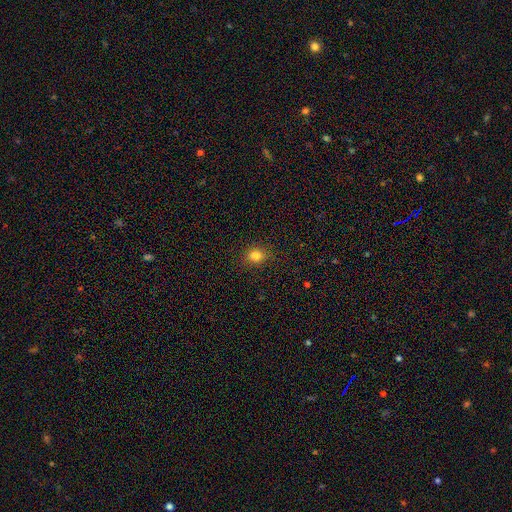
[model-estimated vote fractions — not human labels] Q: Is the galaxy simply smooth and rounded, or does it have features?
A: smooth — 82%.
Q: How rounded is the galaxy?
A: round — 74%.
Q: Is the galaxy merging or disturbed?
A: none — 89%.